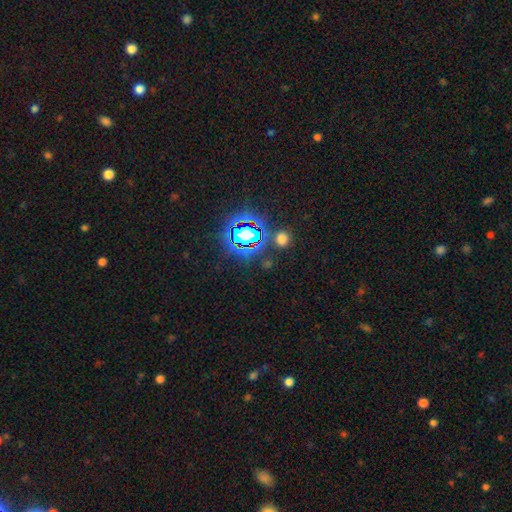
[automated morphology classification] Overall: star or artifact (82%).